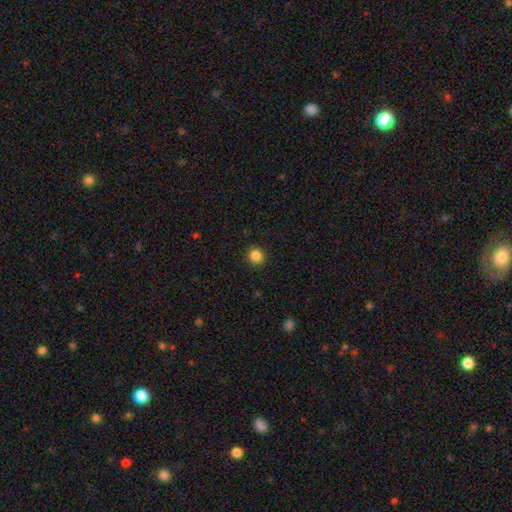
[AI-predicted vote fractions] The model was most divided on "smooth or featured": smooth: 86%, star or artifact: 11%, featured or disk: 3%. More confident: how rounded — round (95%); merging — none (92%).